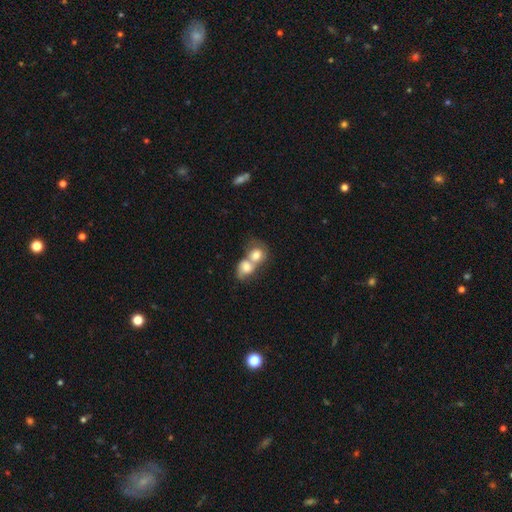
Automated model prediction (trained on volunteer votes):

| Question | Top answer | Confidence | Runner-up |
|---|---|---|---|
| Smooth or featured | smooth | 69% | featured or disk (23%) |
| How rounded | round | 62% | in between (36%) |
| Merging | merger | 80% | none (12%) |